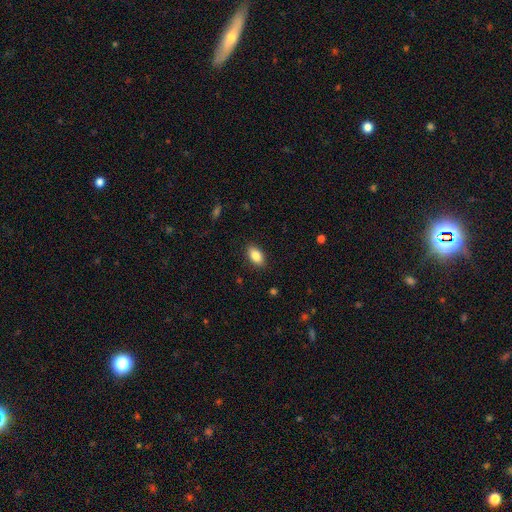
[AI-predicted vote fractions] Smooth or featured? Predicted: smooth (p=0.86). How rounded? Predicted: in between (p=0.91). Merging? Predicted: none (p=0.88).